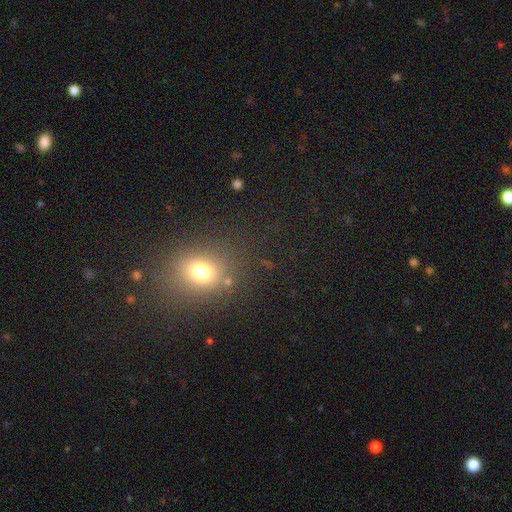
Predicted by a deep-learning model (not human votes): Smooth or featured? smooth (60%)
How rounded? round (53%)
Merging? none (86%)